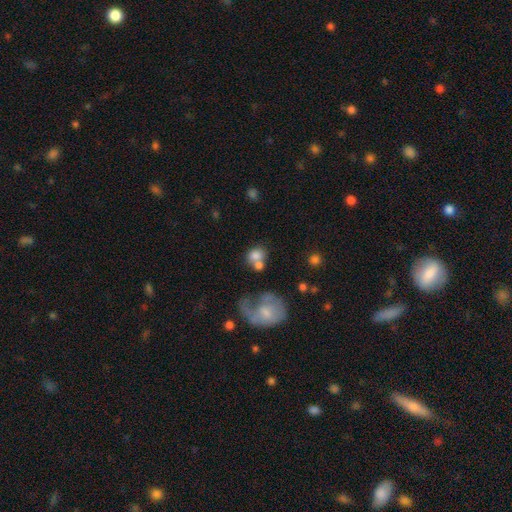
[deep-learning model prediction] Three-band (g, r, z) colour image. It shows a smooth galaxy with no disk features (72%) that is round (67%). Merging: merger (40%).